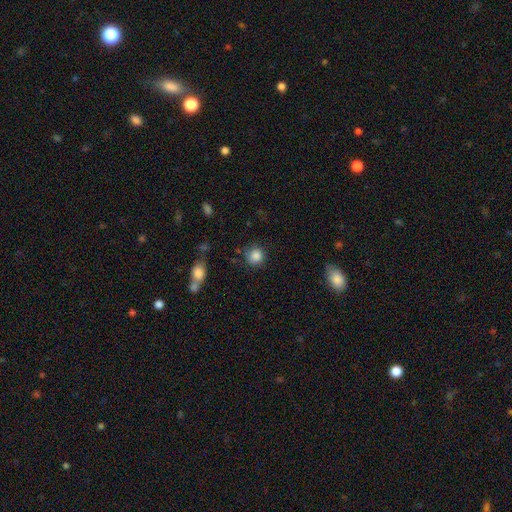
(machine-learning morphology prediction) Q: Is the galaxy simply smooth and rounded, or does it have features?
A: smooth — 86%.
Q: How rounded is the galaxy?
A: round — 89%.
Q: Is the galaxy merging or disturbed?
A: none — 77%.